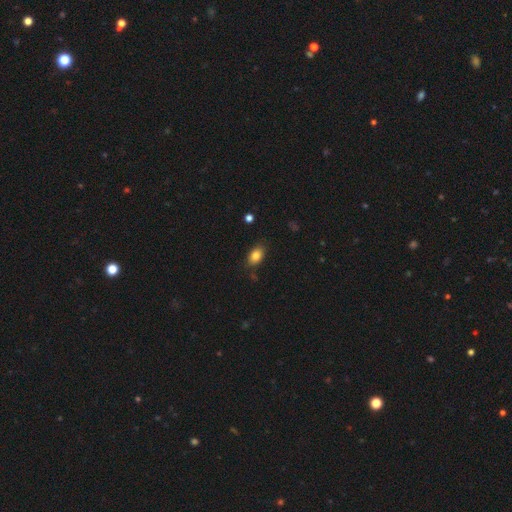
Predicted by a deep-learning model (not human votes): The model was most divided on "merging": none: 82%, minor disturbance: 13%, major disturbance: 3%, merger: 2%. More confident: how rounded — in between (86%); smooth or featured — smooth (83%).